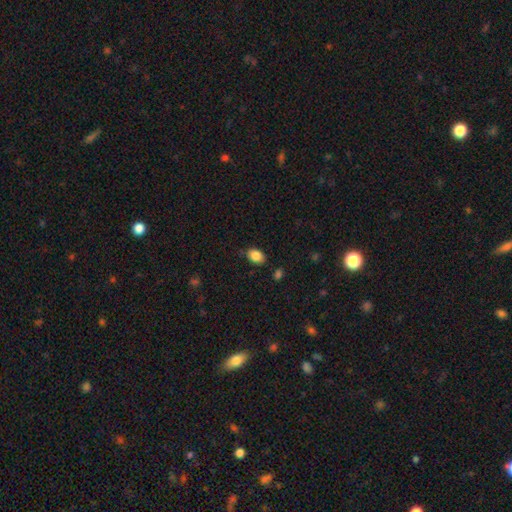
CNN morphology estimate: A smooth galaxy with no disk features (86%) that is in between round and cigar-shaped (83%). Merging: none (82%).